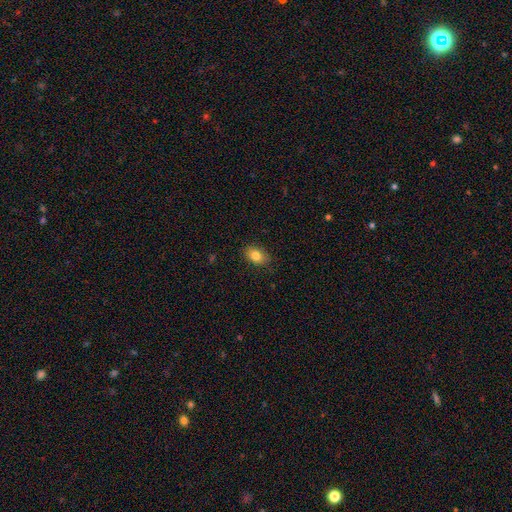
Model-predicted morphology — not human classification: Overall: smooth (82%). How rounded: in between (83%). Merging: none (86%).